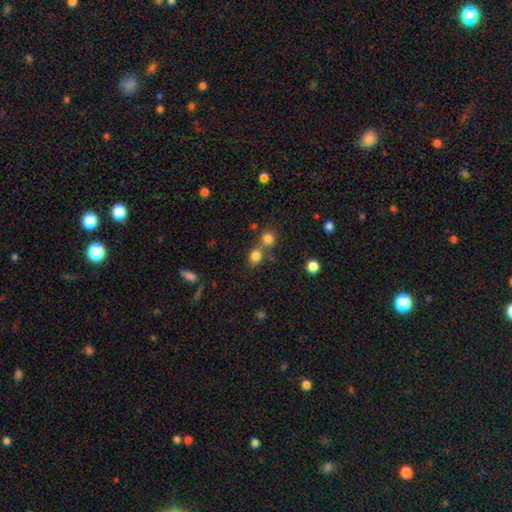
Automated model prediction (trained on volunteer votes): smooth 81%, star or artifact 13%, featured or disk 7%. Down the decision tree: how rounded — round (52%); merging — none (52%).